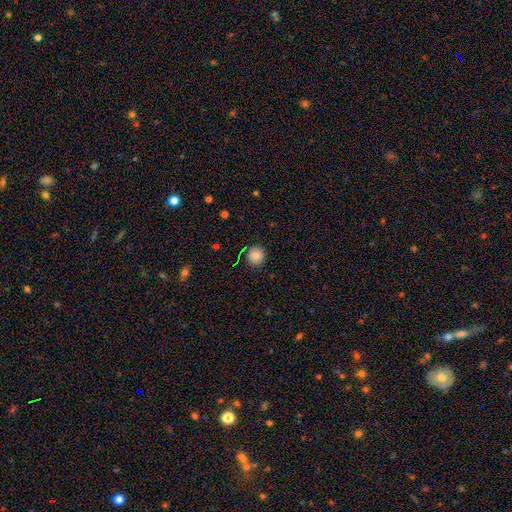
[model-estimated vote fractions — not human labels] The model was most divided on "smooth or featured": smooth: 83%, star or artifact: 10%, featured or disk: 7%. More confident: how rounded — round (94%); merging — none (87%).